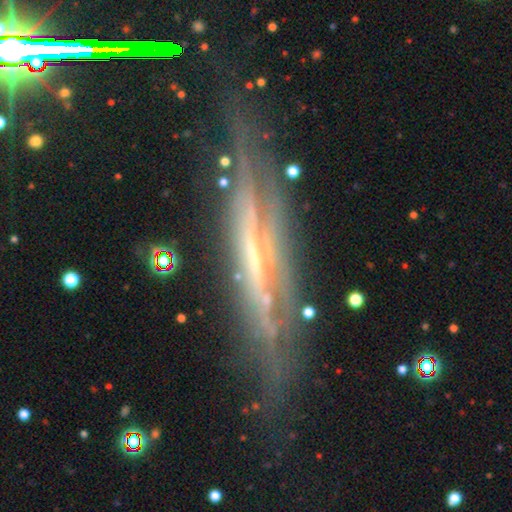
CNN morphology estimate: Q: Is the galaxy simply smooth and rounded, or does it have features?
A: featured or disk — 77%.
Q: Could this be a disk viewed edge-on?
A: yes — 89%.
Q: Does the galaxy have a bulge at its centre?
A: none — 64%.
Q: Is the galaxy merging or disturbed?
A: none — 72%.